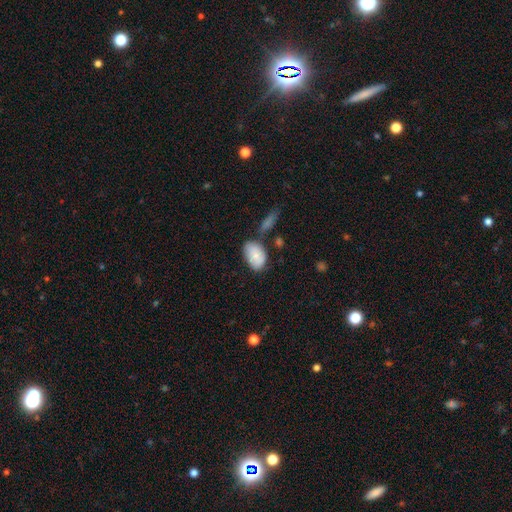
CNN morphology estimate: Smooth or featured: smooth — 77% (featured or disk — 16%)
How rounded: in between — 89% (round — 10%)
Merging: none — 55% (minor disturbance — 26%)